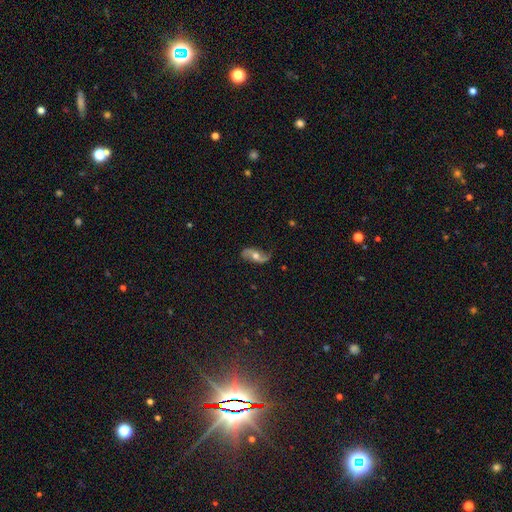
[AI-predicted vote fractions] Smooth or featured?
  - featured or disk: 79% *
  - smooth: 15%
  - star or artifact: 6%
Edge-on disk?
  - no: 94% *
  - yes: 6%
Bar?
  - no: 58% *
  - weak: 29%
  - strong: 12%
Spiral arms?
  - yes: 93% *
  - no: 7%
Spiral winding?
  - loose: 79% *
  - medium: 15%
  - tight: 5%
Spiral arm count?
  - 2: 92% *
  - 1: 3%
  - can't tell: 2%
  - 3: 1%
  - 4: 1%
  - more than 4: 1%
Bulge size?
  - moderate: 71% *
  - small: 18%
  - large: 8%
  - none: 2%
  - dominant: 1%
Merging?
  - none: 75% *
  - minor disturbance: 17%
  - major disturbance: 7%
  - merger: 2%